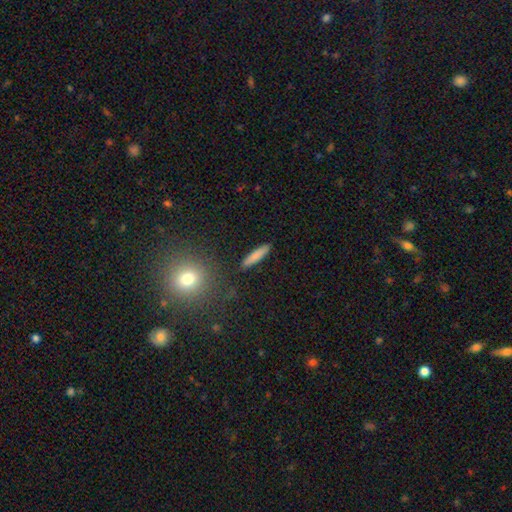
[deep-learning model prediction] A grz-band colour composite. It shows a smooth galaxy with no disk features (81%) that is cigar-shaped (85%). Merging: none (89%).